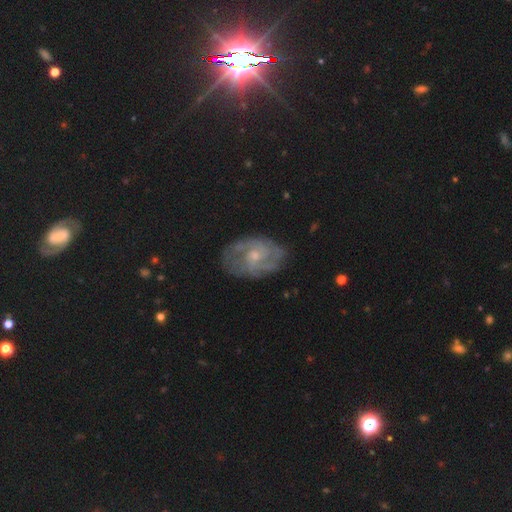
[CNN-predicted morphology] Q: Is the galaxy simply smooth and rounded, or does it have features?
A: featured or disk — 78%.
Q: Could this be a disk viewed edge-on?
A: no — 97%.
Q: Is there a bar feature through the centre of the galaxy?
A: no — 67%.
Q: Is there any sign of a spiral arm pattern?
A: yes — 86%.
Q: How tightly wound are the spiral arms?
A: tight — 45%.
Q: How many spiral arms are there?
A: can't tell — 37%.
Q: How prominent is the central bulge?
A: small — 61%.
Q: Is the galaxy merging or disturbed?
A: none — 71%.